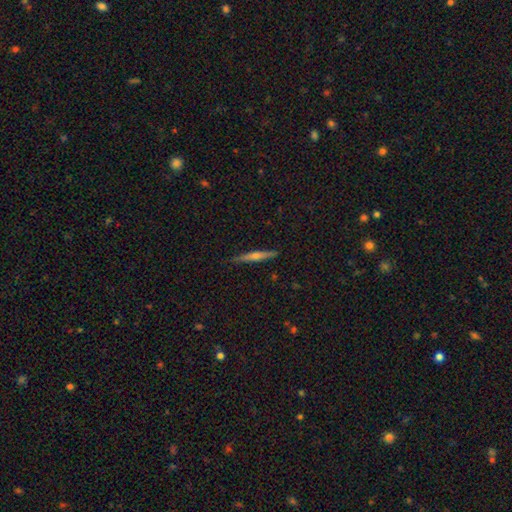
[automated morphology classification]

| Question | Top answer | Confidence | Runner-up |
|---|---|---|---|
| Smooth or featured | featured or disk | 59% | smooth (34%) |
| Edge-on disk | yes | 97% | no (3%) |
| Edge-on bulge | rounded | 77% | none (17%) |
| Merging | none | 89% | minor disturbance (8%) |